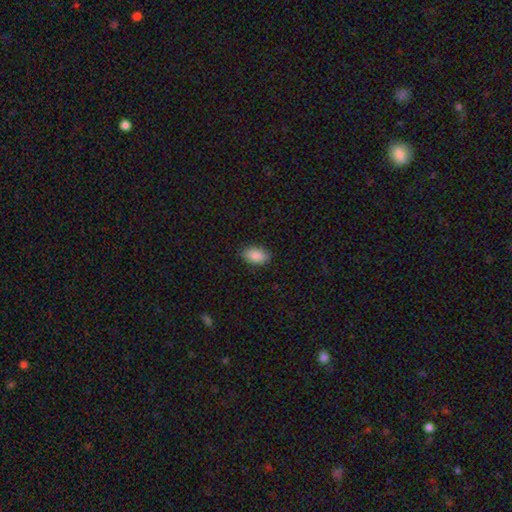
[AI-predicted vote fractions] Smooth or featured? smooth (88%)
How rounded? in between (92%)
Merging? none (85%)